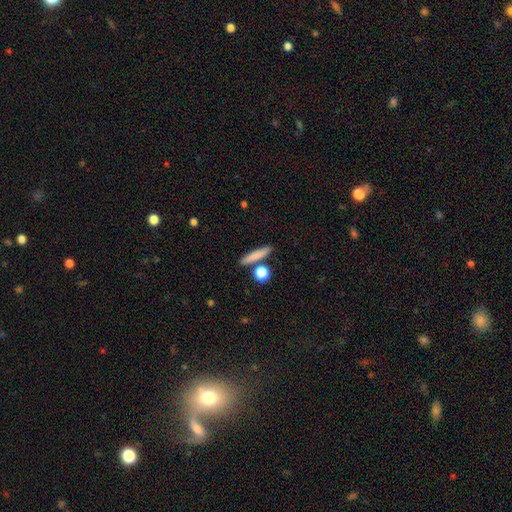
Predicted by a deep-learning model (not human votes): Smooth or featured?
  - smooth: 80% *
  - featured or disk: 13%
  - star or artifact: 8%
How rounded?
  - cigar-shaped: 74% *
  - in between: 15%
  - round: 10%
Merging?
  - none: 81% *
  - minor disturbance: 9%
  - merger: 8%
  - major disturbance: 3%